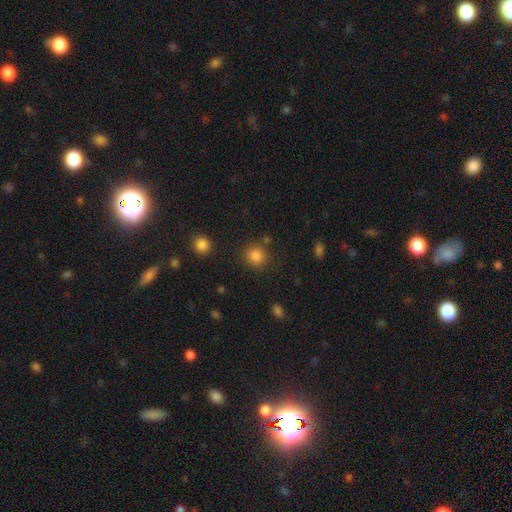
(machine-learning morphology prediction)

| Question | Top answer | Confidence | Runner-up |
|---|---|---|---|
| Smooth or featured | smooth | 85% | star or artifact (11%) |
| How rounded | round | 88% | in between (11%) |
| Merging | none | 82% | minor disturbance (9%) |